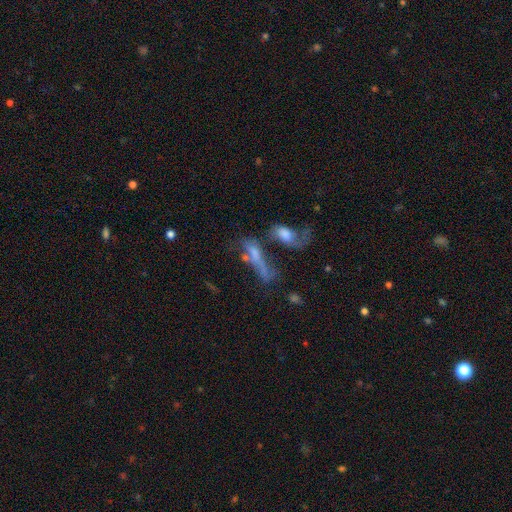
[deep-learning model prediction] Smooth or featured?
  - featured or disk: 43% *
  - smooth: 42%
  - star or artifact: 16%
Merging?
  - merger: 45% *
  - none: 22%
  - major disturbance: 21%
  - minor disturbance: 12%